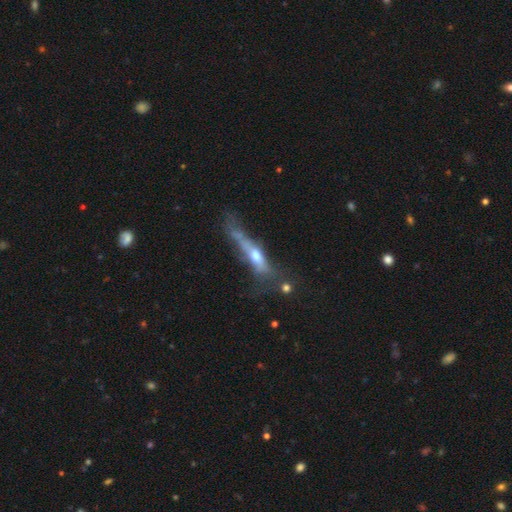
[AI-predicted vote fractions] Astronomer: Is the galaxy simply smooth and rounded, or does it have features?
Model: featured or disk — 60%.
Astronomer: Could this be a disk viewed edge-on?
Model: yes — 71%.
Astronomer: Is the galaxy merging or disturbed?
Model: major disturbance — 38% (runner-up: none, 28%).